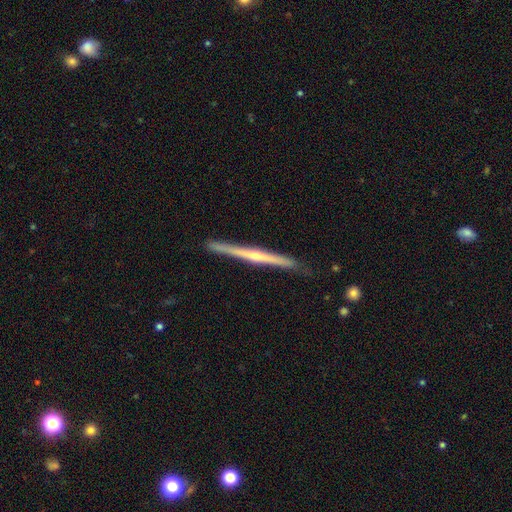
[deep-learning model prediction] This appears to be a featured or disk galaxy (78%) viewed edge-on (98%) with a rounded central bulge (72%). Merging: none (89%).